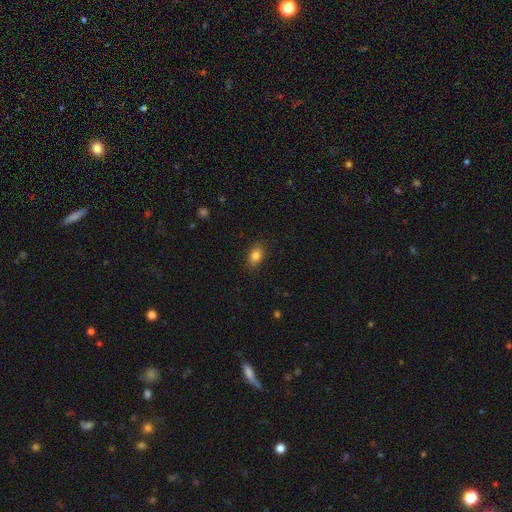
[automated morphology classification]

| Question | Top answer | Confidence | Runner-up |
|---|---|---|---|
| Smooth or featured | smooth | 84% | star or artifact (9%) |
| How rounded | in between | 88% | round (9%) |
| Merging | none | 87% | minor disturbance (9%) |